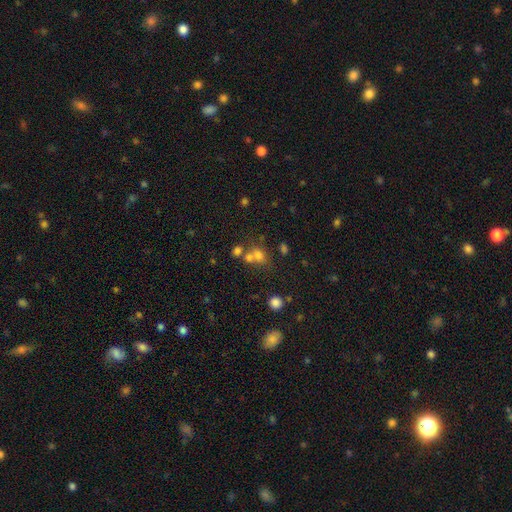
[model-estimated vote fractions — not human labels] This is likely a smooth galaxy (68%). How rounded: possibly round (54%). Merging: marginally merger (44%).